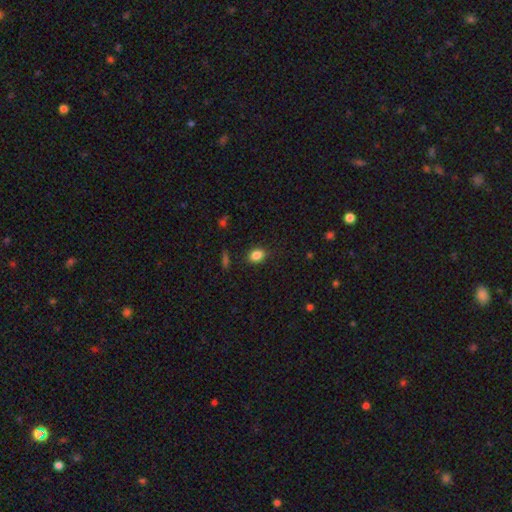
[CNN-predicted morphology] Q: Smooth or featured?
A: smooth (86%); runner-up: star or artifact (10%)
Q: How rounded?
A: in between (62%); runner-up: round (37%)
Q: Merging?
A: none (85%); runner-up: minor disturbance (11%)